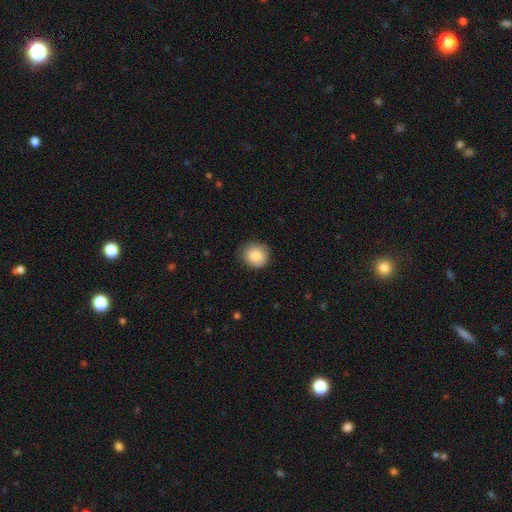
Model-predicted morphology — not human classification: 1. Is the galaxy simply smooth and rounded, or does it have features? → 88% smooth, 8% star or artifact, 5% featured or disk.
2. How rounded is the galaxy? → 88% round, 11% in between, 1% cigar-shaped.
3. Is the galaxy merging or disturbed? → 83% none, 14% minor disturbance, 3% major disturbance, 1% merger.